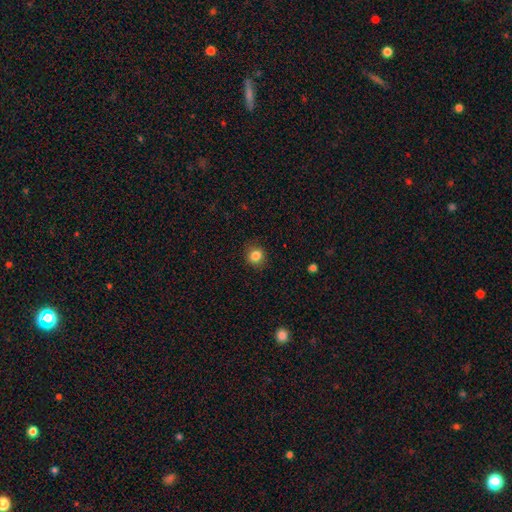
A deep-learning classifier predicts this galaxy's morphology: Smooth or featured?
  - smooth: 84% *
  - star or artifact: 11%
  - featured or disk: 5%
How rounded?
  - round: 82% *
  - in between: 17%
  - cigar-shaped: 1%
Merging?
  - none: 88% *
  - minor disturbance: 9%
  - major disturbance: 3%
  - merger: 1%